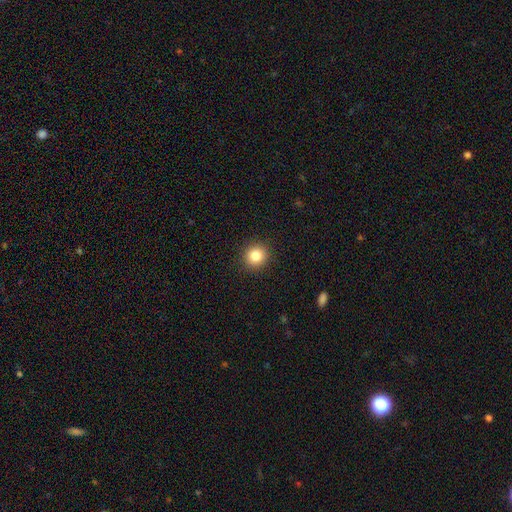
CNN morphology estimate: The model was most divided on "smooth or featured": smooth: 84%, star or artifact: 11%, featured or disk: 6%. More confident: merging — none (92%); how rounded — round (91%).